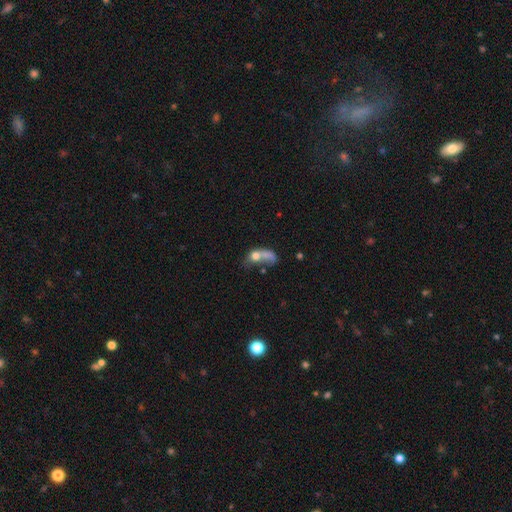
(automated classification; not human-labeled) smooth-or-featured: smooth: 52% | featured or disk: 34% | star or artifact: 14%
  how-rounded: in between: 61% | round: 31% | cigar-shaped: 8%
  merging: merger: 38% | major disturbance: 34% | none: 17% | minor disturbance: 11%